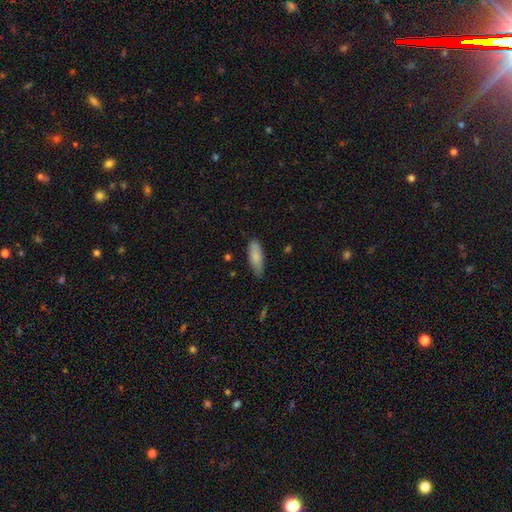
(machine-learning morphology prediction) The model was most divided on "how rounded": in between: 66%, cigar-shaped: 33%, round: 2%. More confident: smooth or featured — smooth (83%); merging — none (71%).